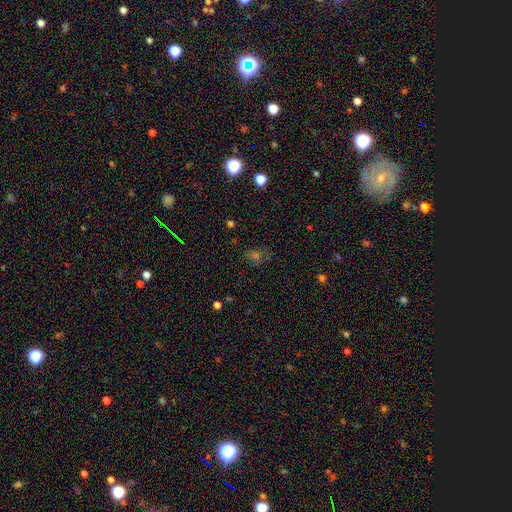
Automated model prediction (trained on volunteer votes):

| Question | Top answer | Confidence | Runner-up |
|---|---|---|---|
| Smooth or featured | star or artifact | 43% | smooth (40%) |